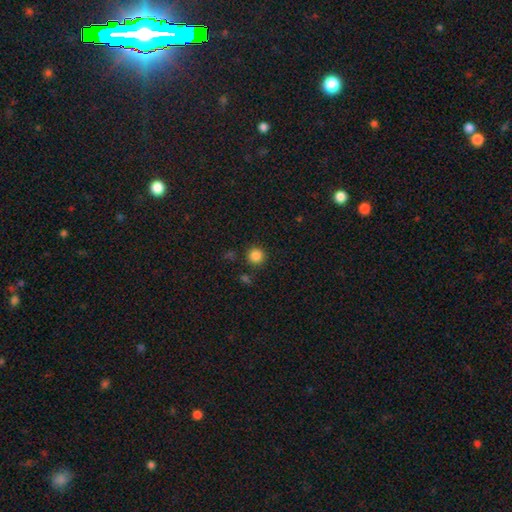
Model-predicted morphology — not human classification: Overall: smooth (85%). How rounded: round (95%). Merging: none (88%).